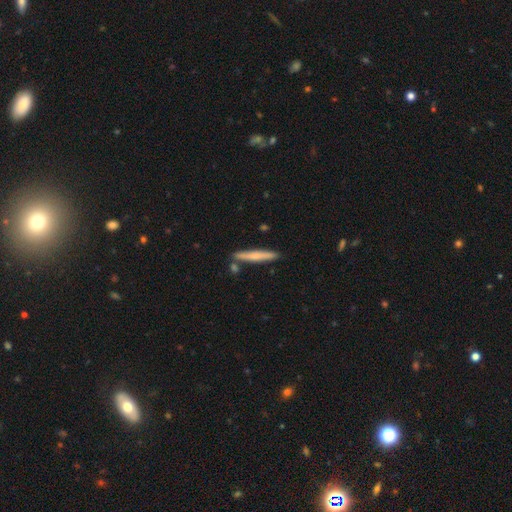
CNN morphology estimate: A smooth galaxy with no disk features (61%) that is cigar-shaped (95%).

Vote fractions:
- Smooth or featured? smooth: 61% / featured or disk: 34% / star or artifact: 5%
- How rounded? cigar-shaped: 95% / in between: 4% / round: 1%
- Merging? none: 84% / minor disturbance: 9% / merger: 5% / major disturbance: 2%